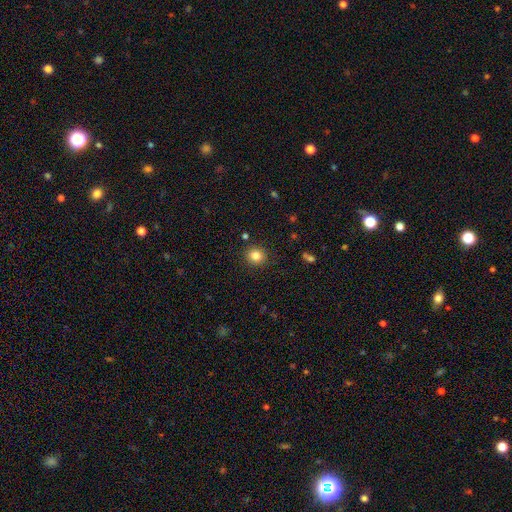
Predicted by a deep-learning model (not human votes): Smooth or featured?
  - smooth: 83% *
  - star or artifact: 11%
  - featured or disk: 5%
How rounded?
  - round: 86% *
  - in between: 13%
  - cigar-shaped: 1%
Merging?
  - none: 89% *
  - minor disturbance: 7%
  - major disturbance: 2%
  - merger: 2%